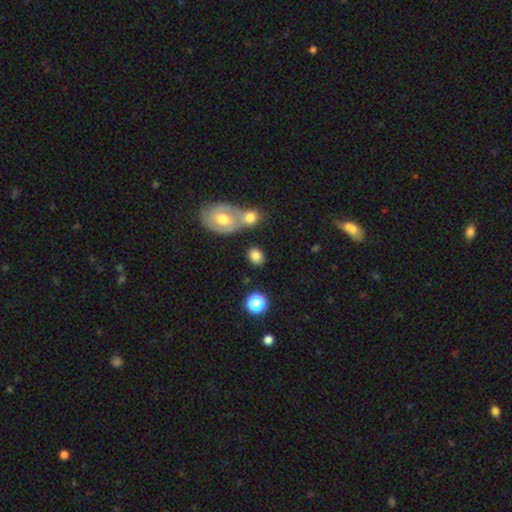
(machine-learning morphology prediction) This appears to be a smooth galaxy with no disk features (78%) that is in between round and cigar-shaped (54%). Merging: none (68%).